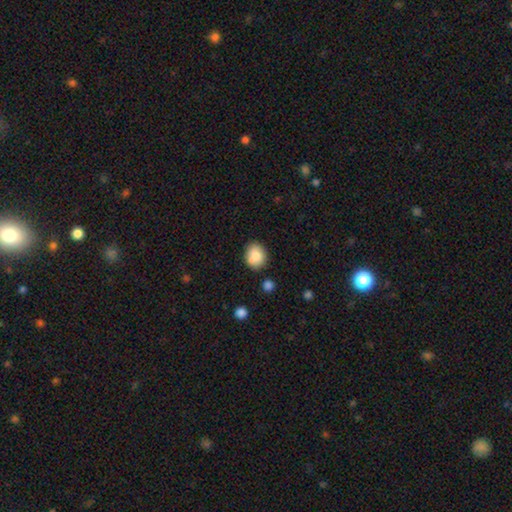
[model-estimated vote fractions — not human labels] A smooth galaxy with no disk features (82%) that is round (59%).

Vote fractions:
- Smooth or featured? smooth: 82% / featured or disk: 10% / star or artifact: 9%
- How rounded? round: 59% / in between: 40% / cigar-shaped: 1%
- Merging? none: 74% / minor disturbance: 15% / merger: 8% / major disturbance: 3%